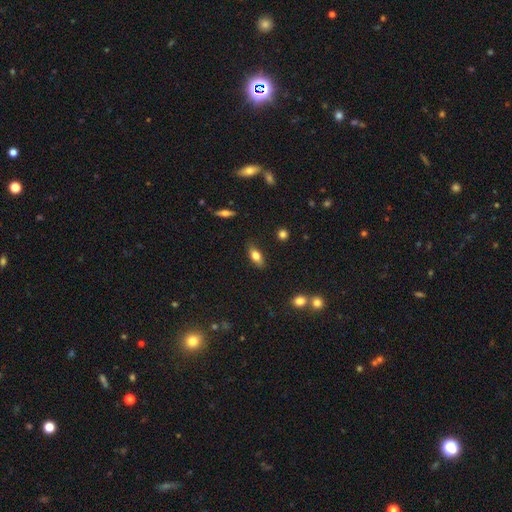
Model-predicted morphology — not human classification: Smooth or featured?
  - smooth: 73% *
  - featured or disk: 19%
  - star or artifact: 8%
How rounded?
  - in between: 79% *
  - cigar-shaped: 16%
  - round: 5%
Merging?
  - none: 82% *
  - minor disturbance: 14%
  - major disturbance: 3%
  - merger: 2%